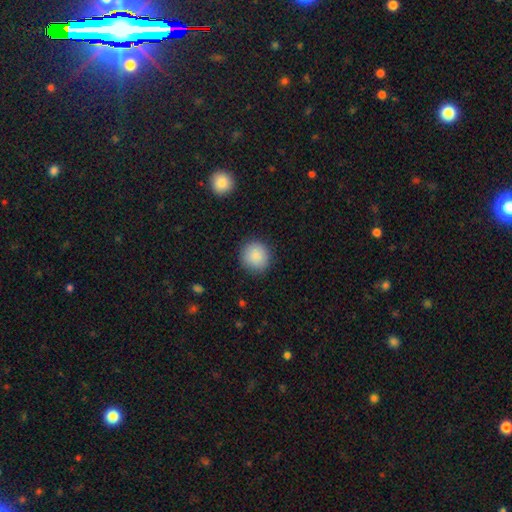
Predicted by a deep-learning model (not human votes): The model was most divided on "smooth or featured": smooth: 88%, star or artifact: 8%, featured or disk: 4%. More confident: how rounded — round (92%); merging — none (90%).